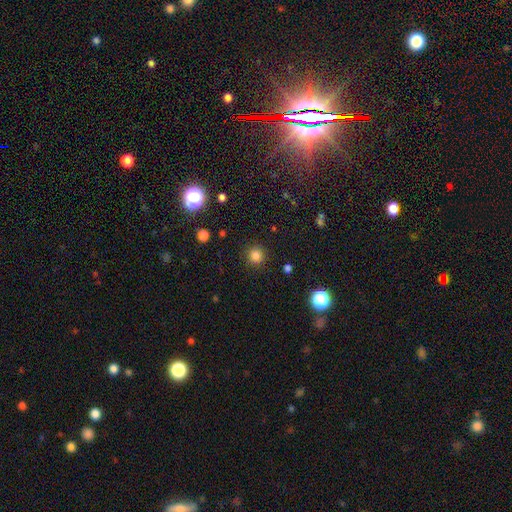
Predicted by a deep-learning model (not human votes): Overall: smooth (82%). How rounded: round (93%). Merging: none (90%).